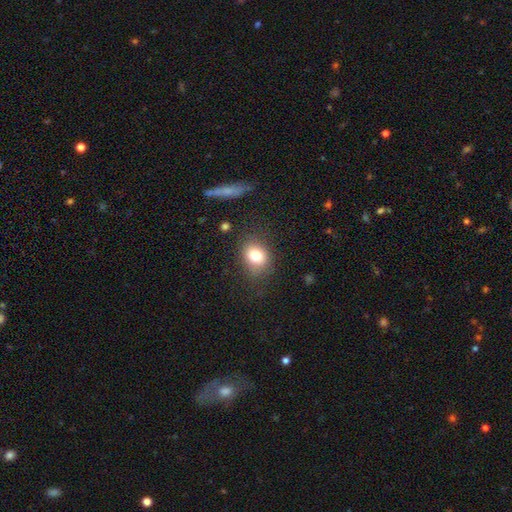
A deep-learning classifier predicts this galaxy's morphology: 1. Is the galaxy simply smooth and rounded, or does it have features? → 77% smooth, 11% featured or disk, 11% star or artifact.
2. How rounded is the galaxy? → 50% in between, 49% round, 1% cigar-shaped.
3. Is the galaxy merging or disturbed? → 75% none, 16% minor disturbance, 6% major disturbance, 2% merger.